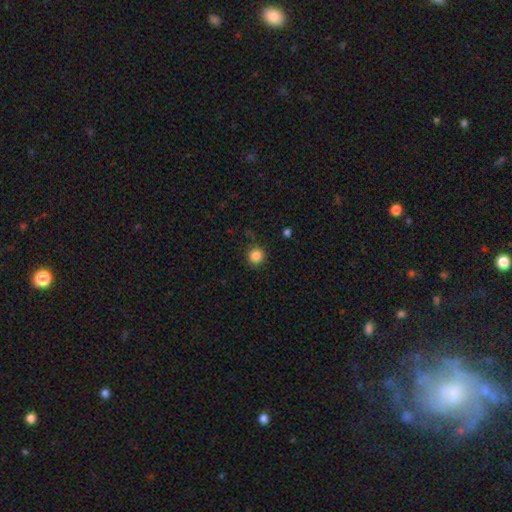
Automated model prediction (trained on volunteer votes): A smooth galaxy with no disk features (85%) that is round (94%). Merging: none (86%).